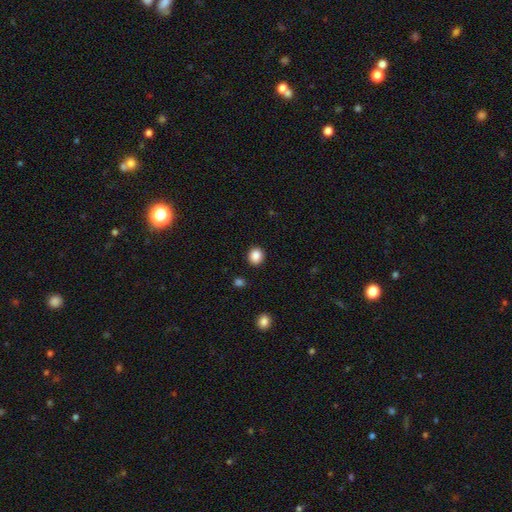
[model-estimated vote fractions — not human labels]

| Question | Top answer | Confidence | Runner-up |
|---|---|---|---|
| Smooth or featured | smooth | 88% | star or artifact (9%) |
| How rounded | round | 80% | in between (19%) |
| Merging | none | 91% | minor disturbance (6%) |